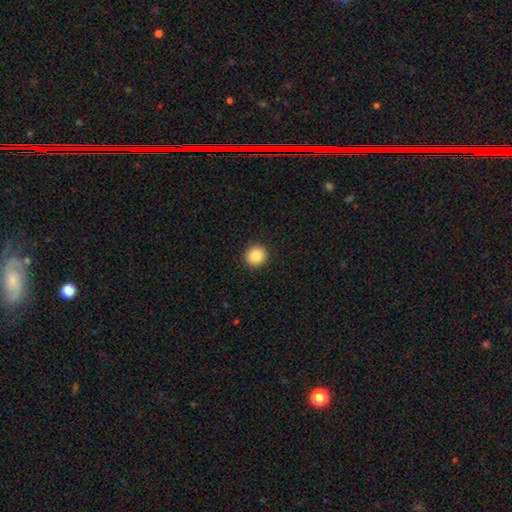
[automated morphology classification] Smooth or featured? smooth (86%)
How rounded? round (89%)
Merging? none (92%)